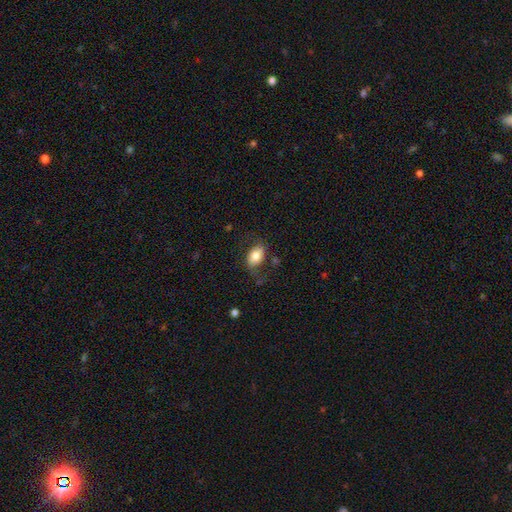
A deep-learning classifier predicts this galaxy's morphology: Smooth or featured? Predicted: smooth (p=0.73). How rounded? Predicted: in between (p=0.89). Merging? Predicted: none (p=0.68).